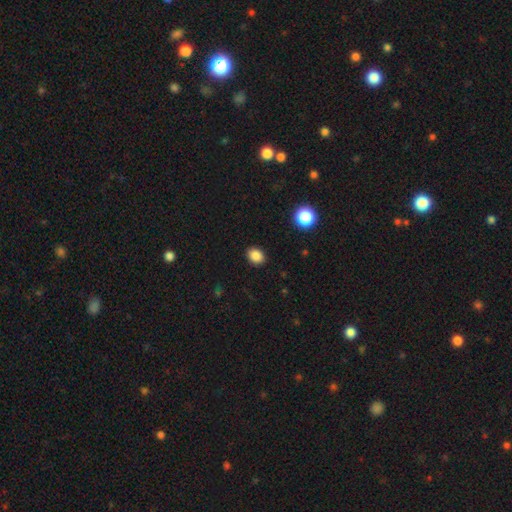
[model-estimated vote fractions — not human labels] This appears to be a smooth galaxy with no disk features (86%) that is in between round and cigar-shaped (51%). Merging: none (90%).